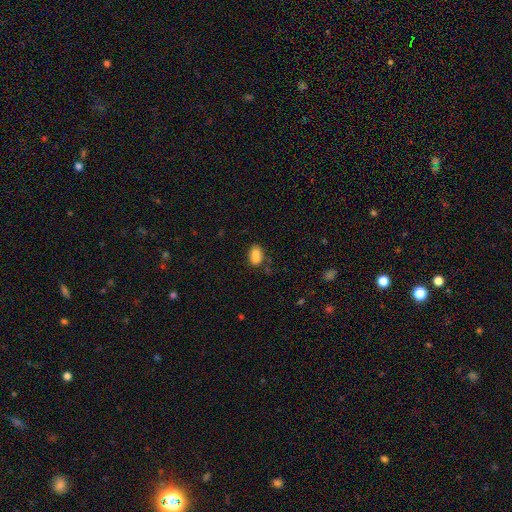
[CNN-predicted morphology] Overall: smooth (72%). How rounded: in between (59%; round 39%). Merging: merger (54%; none 31%).